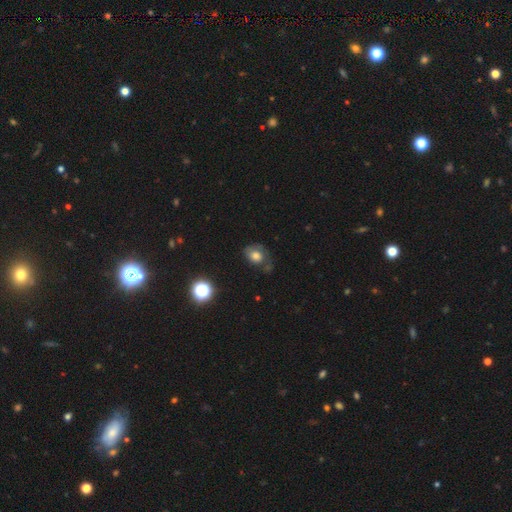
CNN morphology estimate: The model was most divided on "merging": none: 44%, minor disturbance: 30%, major disturbance: 22%, merger: 4%. More confident: smooth or featured — smooth (64%); how rounded — in between (59%).